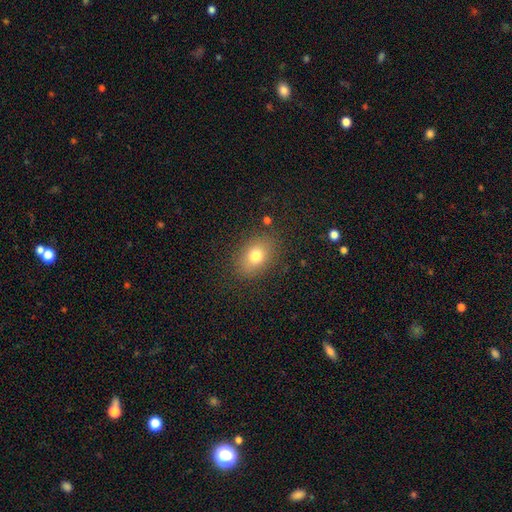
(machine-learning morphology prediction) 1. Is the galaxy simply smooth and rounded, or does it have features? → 77% smooth, 12% featured or disk, 12% star or artifact.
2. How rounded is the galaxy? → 69% in between, 30% round, 1% cigar-shaped.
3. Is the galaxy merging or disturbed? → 83% none, 11% minor disturbance, 4% major disturbance, 2% merger.